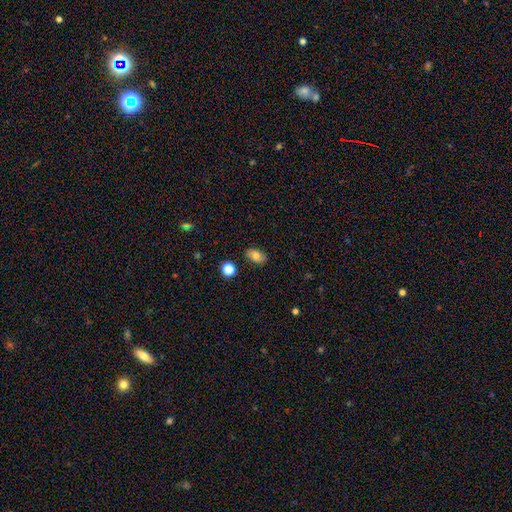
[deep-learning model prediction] Morphology: type=smooth (78%); roundness=in between (88%); merging=none (87%).